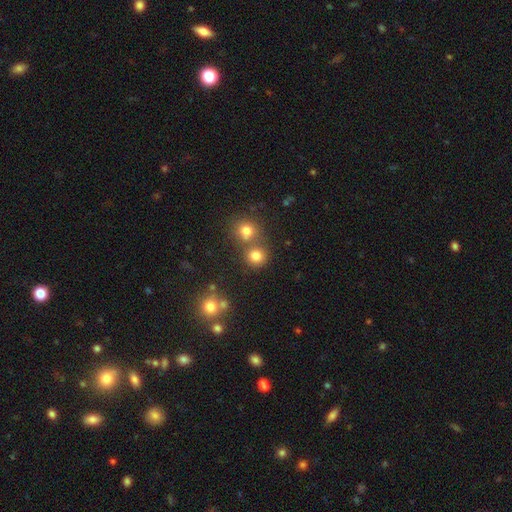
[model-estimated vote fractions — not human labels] Morphology: type=smooth (79%); roundness=round (88%); merging=none (65%).